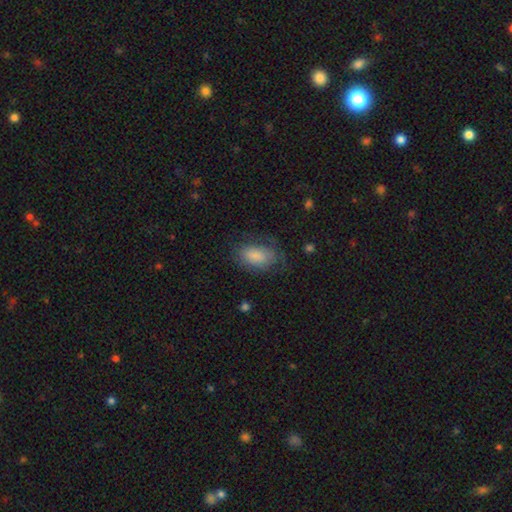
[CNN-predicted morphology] type=smooth (78%); roundness=in between (91%); merging=none (65%).